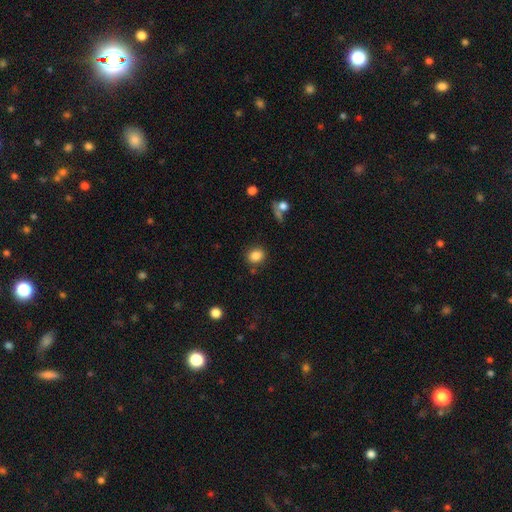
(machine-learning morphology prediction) Smooth or featured? smooth (85%)
How rounded? round (62%)
Merging? none (81%)